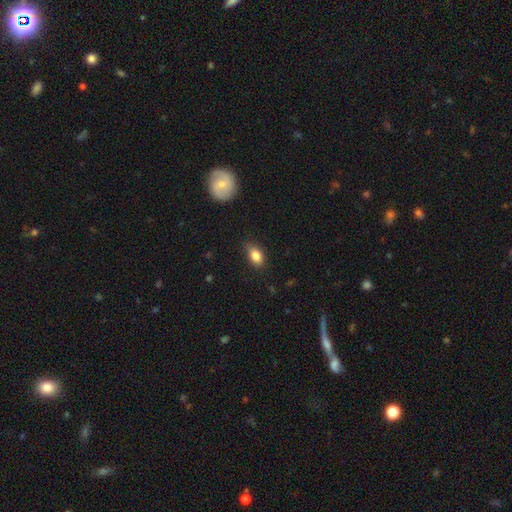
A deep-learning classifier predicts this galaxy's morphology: smooth-or-featured: smooth: 84% | star or artifact: 8% | featured or disk: 8%
  how-rounded: in between: 85% | round: 12% | cigar-shaped: 3%
  merging: none: 74% | minor disturbance: 21% | major disturbance: 4% | merger: 1%